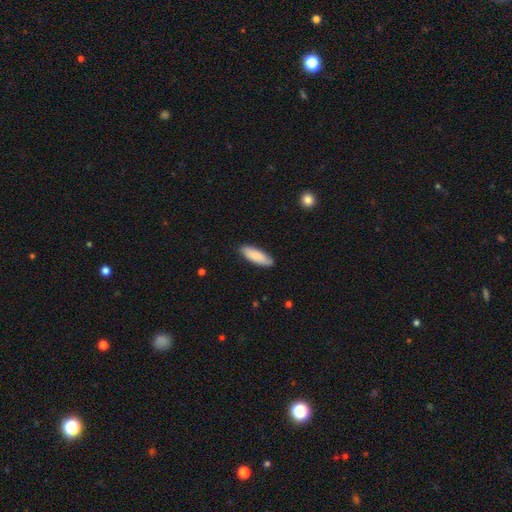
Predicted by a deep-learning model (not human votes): Q: Smooth or featured?
A: smooth (87%); runner-up: featured or disk (8%)
Q: How rounded?
A: in between (60%); runner-up: cigar-shaped (38%)
Q: Merging?
A: none (86%); runner-up: minor disturbance (11%)